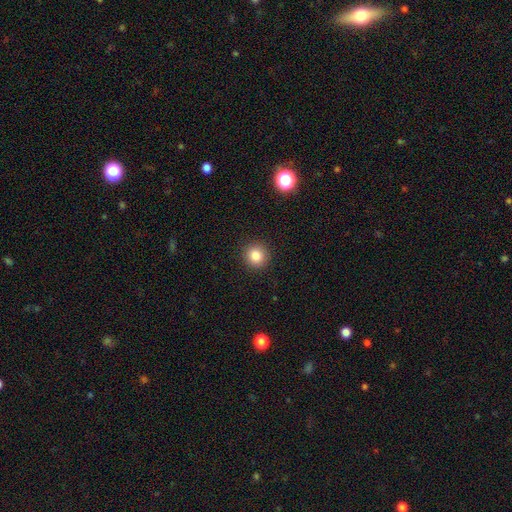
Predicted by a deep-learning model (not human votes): Smooth or featured? smooth (84%)
How rounded? round (93%)
Merging? none (92%)